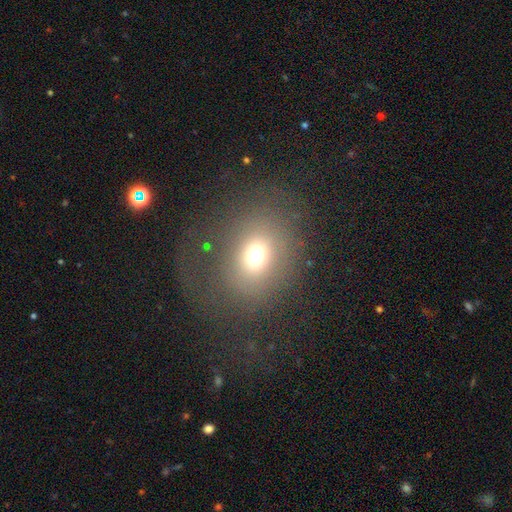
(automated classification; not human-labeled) This is likely a smooth galaxy (68%). How rounded: likely round (60%). Merging: likely none (70%).